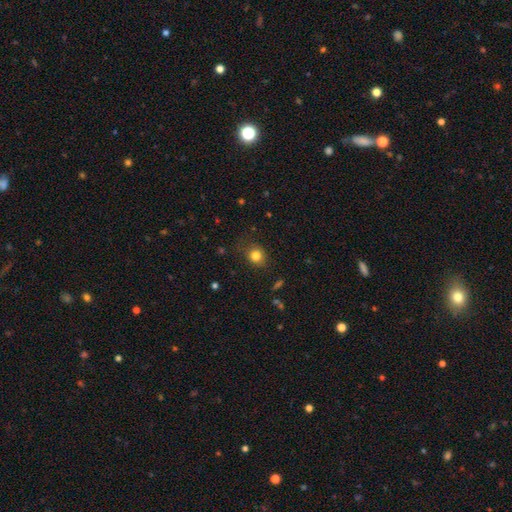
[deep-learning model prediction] Morphology: type=smooth (80%); roundness=round (74%); merging=none (79%).